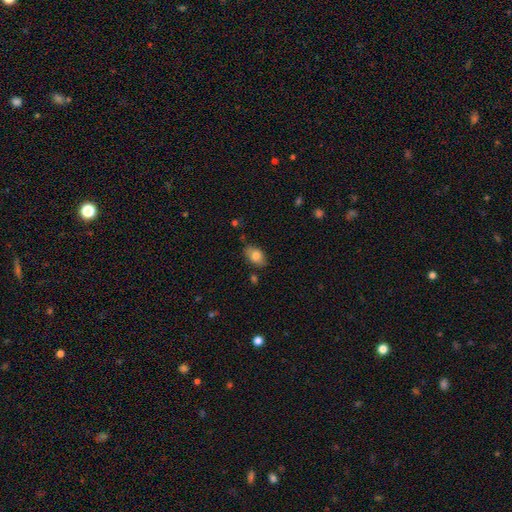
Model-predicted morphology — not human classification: smooth_or_featured: smooth (p=0.79) [alt: featured or disk p=0.13]
how_rounded: in between (p=0.90) [alt: round p=0.09]
merging: none (p=0.80) [alt: minor disturbance p=0.15]